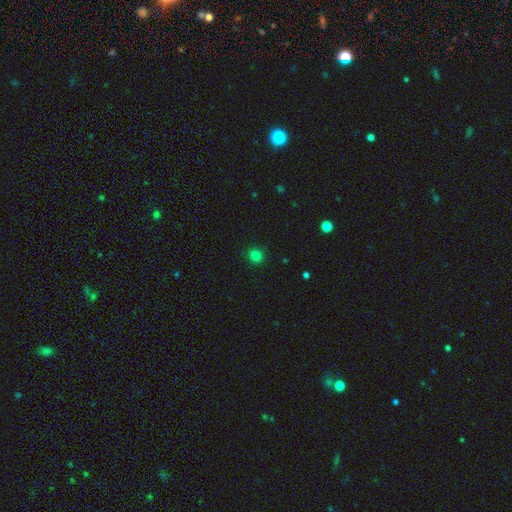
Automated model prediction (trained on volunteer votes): smooth_or_featured: smooth (p=0.81) [alt: star or artifact p=0.15]
how_rounded: round (p=0.90) [alt: in between p=0.09]
merging: none (p=0.91) [alt: minor disturbance p=0.06]